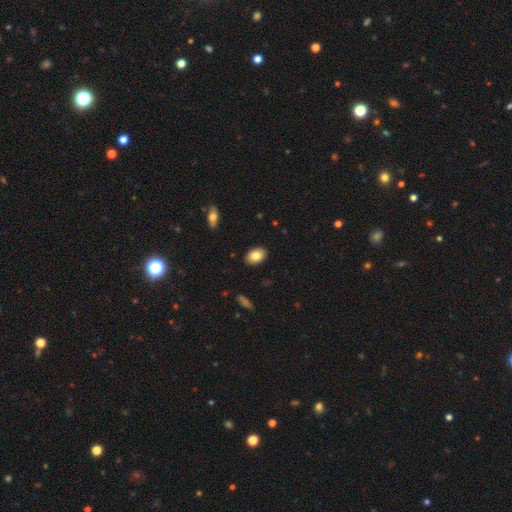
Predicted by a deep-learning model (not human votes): Smooth or featured? smooth (82%)
How rounded? in between (87%)
Merging? none (89%)